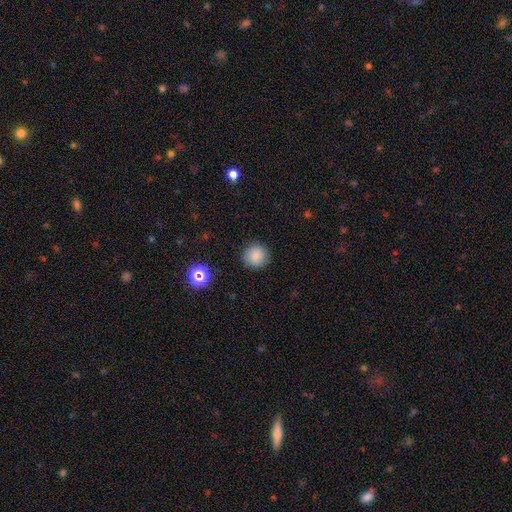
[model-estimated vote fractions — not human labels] A smooth galaxy with no disk features (83%) that is round (93%). Merging: none (89%).